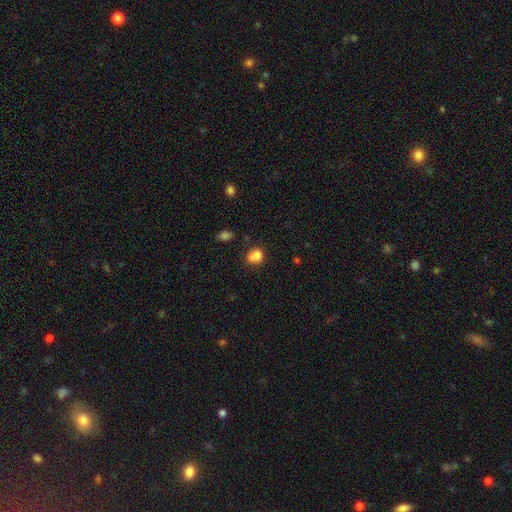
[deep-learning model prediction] Q: Smooth or featured?
A: smooth (79%); runner-up: star or artifact (11%)
Q: How rounded?
A: round (58%); runner-up: in between (41%)
Q: Merging?
A: none (43%); runner-up: merger (31%)